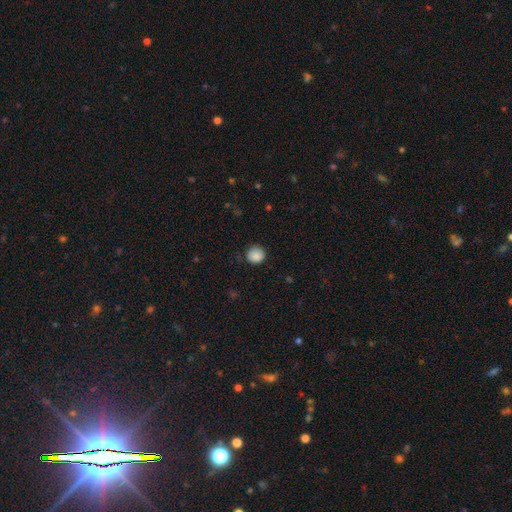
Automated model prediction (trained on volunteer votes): Smooth or featured?
  - smooth: 88% *
  - star or artifact: 9%
  - featured or disk: 3%
How rounded?
  - round: 90% *
  - in between: 9%
  - cigar-shaped: 1%
Merging?
  - none: 83% *
  - minor disturbance: 13%
  - major disturbance: 3%
  - merger: 1%